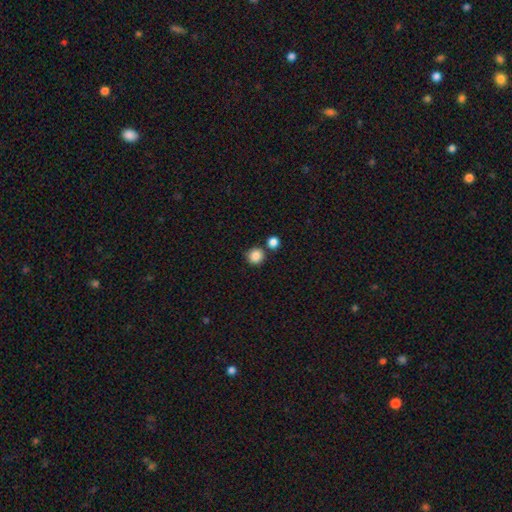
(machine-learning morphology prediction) A smooth galaxy with no disk features (86%) that is round (92%).

Vote fractions:
- Smooth or featured? smooth: 86% / star or artifact: 10% / featured or disk: 4%
- How rounded? round: 92% / in between: 7% / cigar-shaped: 1%
- Merging? none: 76% / merger: 14% / minor disturbance: 8% / major disturbance: 2%